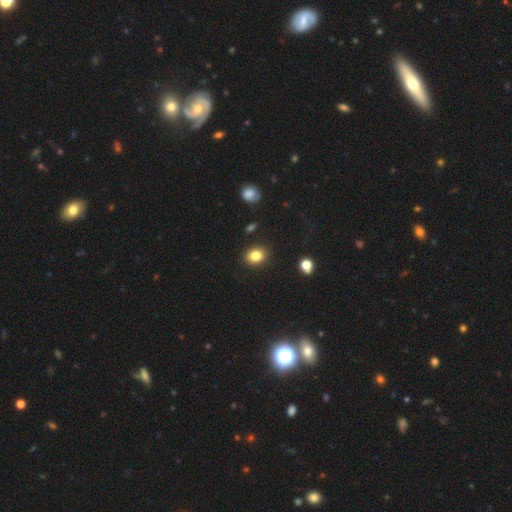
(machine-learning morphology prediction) Smooth or featured? Predicted: smooth (p=0.84). How rounded? Predicted: in between (p=0.52). Merging? Predicted: none (p=0.88).